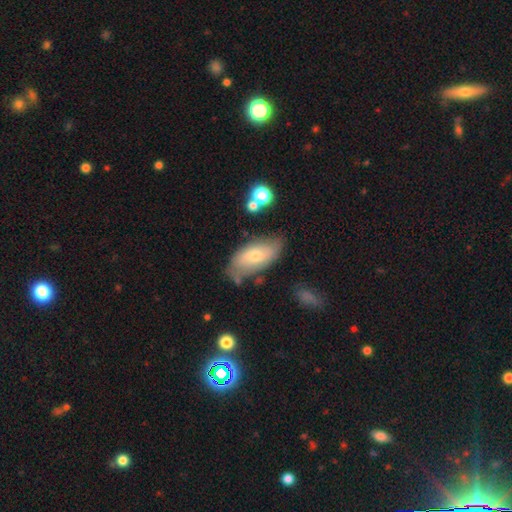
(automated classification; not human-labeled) Smooth or featured? smooth (56%)
How rounded? in between (90%)
Merging? none (63%)